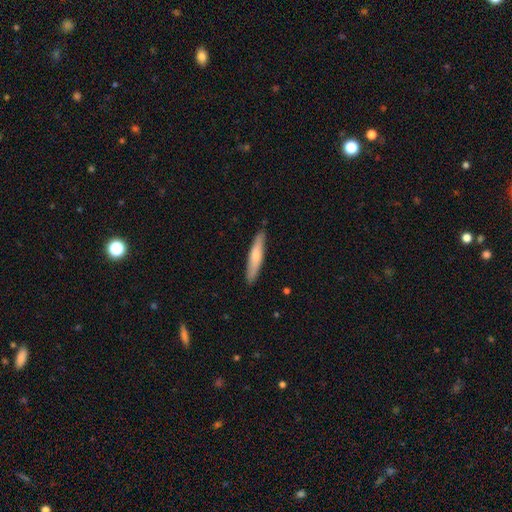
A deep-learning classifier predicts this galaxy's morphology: This is likely a smooth galaxy (66%). How rounded: clearly cigar-shaped (90%). Merging: clearly none (89%).